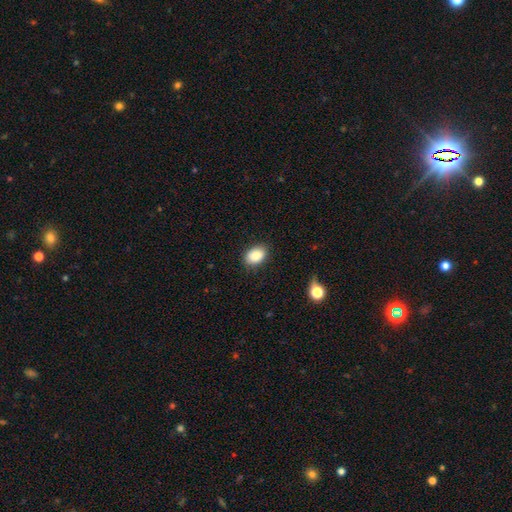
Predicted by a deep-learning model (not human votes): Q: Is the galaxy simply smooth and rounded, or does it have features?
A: smooth — 88%.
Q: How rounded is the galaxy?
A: in between — 80%.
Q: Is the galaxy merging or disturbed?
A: none — 84%.